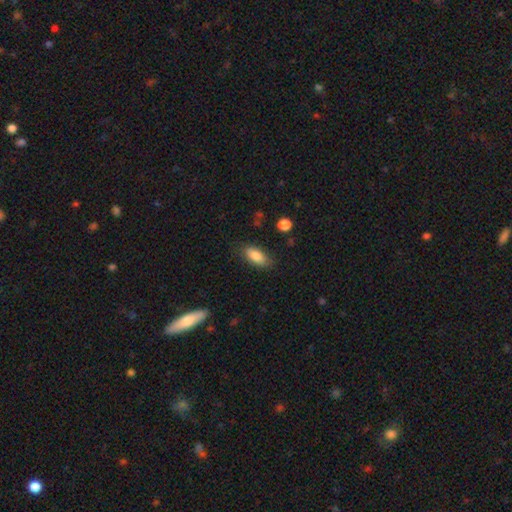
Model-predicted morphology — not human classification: The model was most divided on "merging": none: 81%, minor disturbance: 14%, major disturbance: 4%, merger: 1%. More confident: smooth or featured — smooth (85%); how rounded — in between (85%).